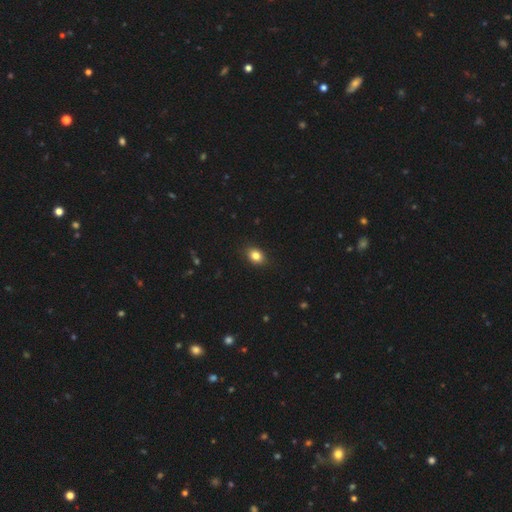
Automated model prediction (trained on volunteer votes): Smooth or featured: smooth — 83% (star or artifact — 10%)
How rounded: in between — 66% (round — 33%)
Merging: none — 87% (minor disturbance — 10%)